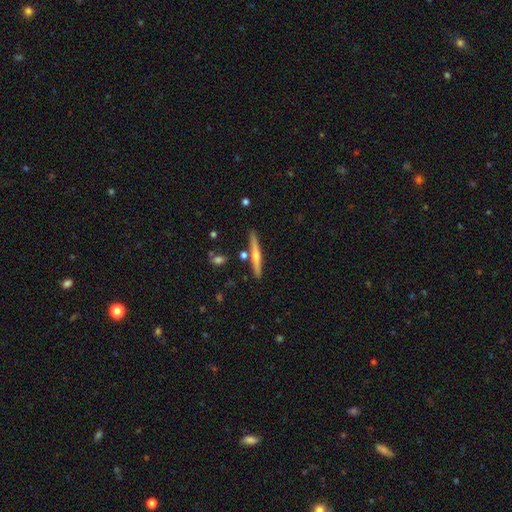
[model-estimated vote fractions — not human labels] Overall: featured or disk (57%; smooth 37%). Edge-on disk: yes (97%). Edge-on bulge: rounded (76%). Merging: none (84%).